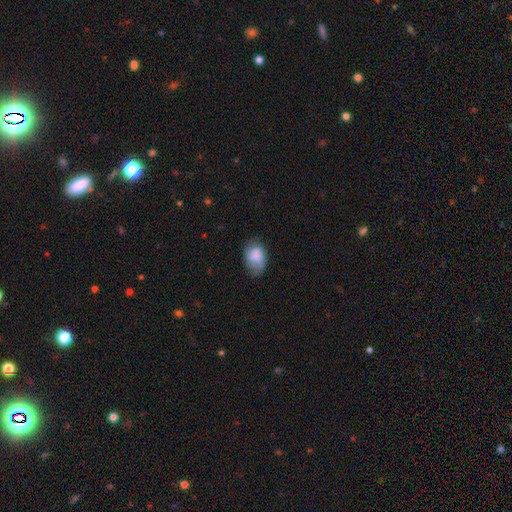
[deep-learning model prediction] A smooth galaxy with no disk features (79%) that is in between round and cigar-shaped (84%). Merging: none (52%).